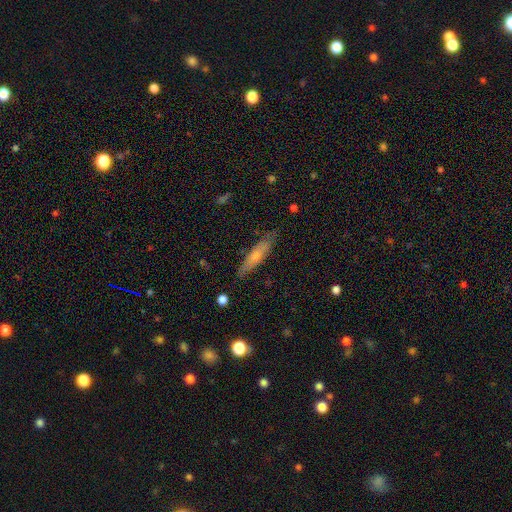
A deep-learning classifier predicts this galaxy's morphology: A smooth galaxy with no disk features (53%) that is cigar-shaped (81%). Merging: none (82%).